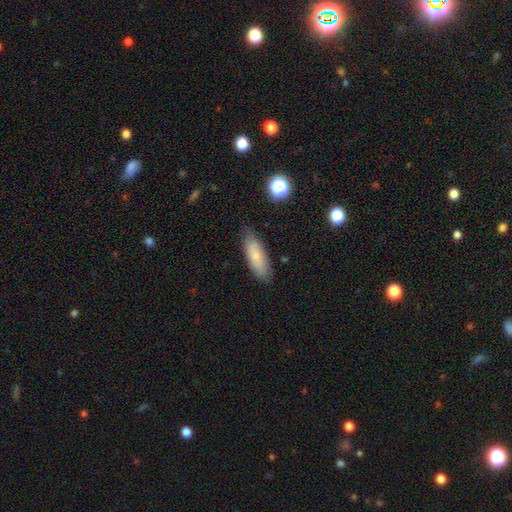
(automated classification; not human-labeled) Smooth or featured: smooth — 77% (featured or disk — 16%)
How rounded: in between — 62% (cigar-shaped — 36%)
Merging: none — 79% (minor disturbance — 16%)